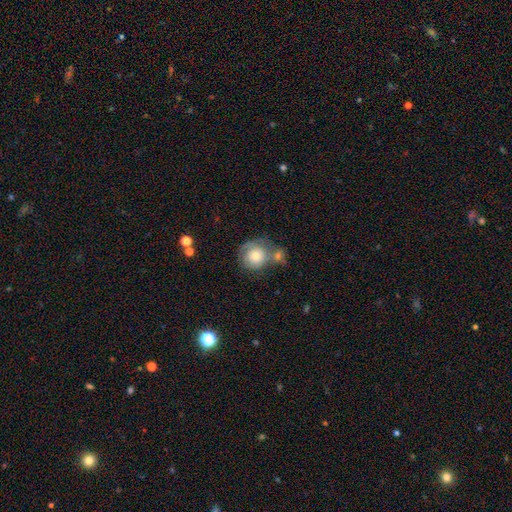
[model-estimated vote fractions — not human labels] smooth-or-featured: smooth: 59% | featured or disk: 33% | star or artifact: 8%
  how-rounded: round: 83% | in between: 16% | cigar-shaped: 1%
  merging: none: 37% | merger: 33% | minor disturbance: 18% | major disturbance: 12%